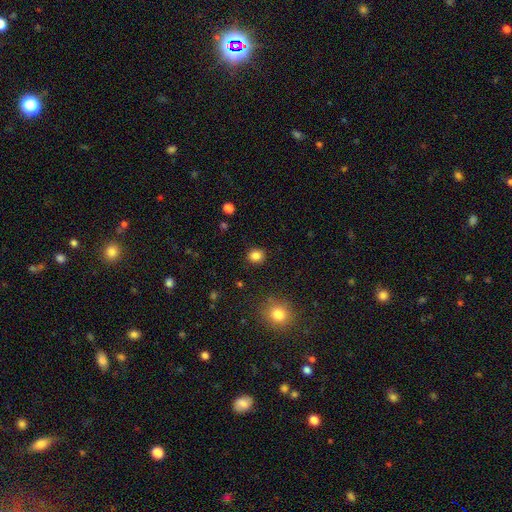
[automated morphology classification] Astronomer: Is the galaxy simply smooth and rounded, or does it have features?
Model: smooth — 84%.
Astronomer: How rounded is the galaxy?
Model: round — 83%.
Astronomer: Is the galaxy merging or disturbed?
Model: none — 89%.